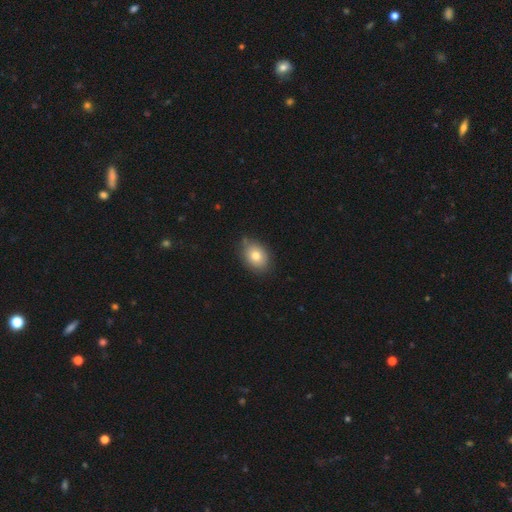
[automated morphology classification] A smooth galaxy with no disk features (80%) that is in between round and cigar-shaped (72%).

Vote fractions:
- Smooth or featured? smooth: 80% / featured or disk: 12% / star or artifact: 8%
- How rounded? in between: 72% / round: 27% / cigar-shaped: 1%
- Merging? none: 77% / minor disturbance: 18% / major disturbance: 3% / merger: 2%